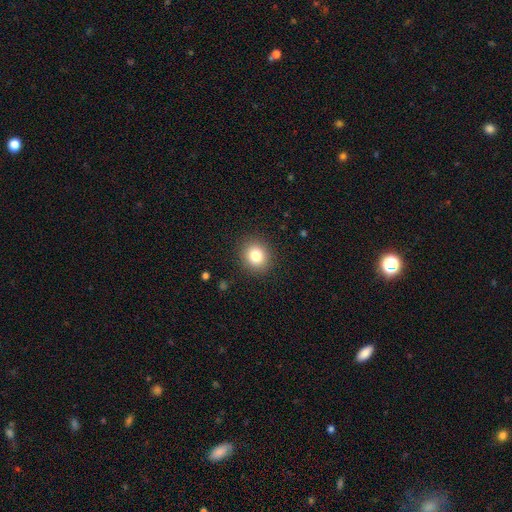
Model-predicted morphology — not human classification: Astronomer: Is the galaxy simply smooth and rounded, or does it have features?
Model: smooth — 81%.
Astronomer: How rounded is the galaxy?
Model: round — 81%.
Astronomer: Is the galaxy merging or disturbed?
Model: none — 90%.